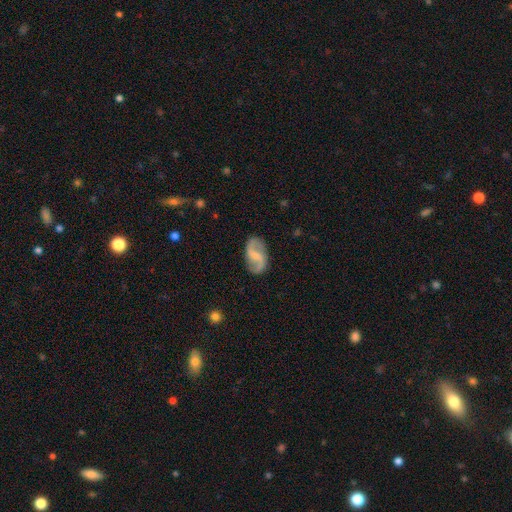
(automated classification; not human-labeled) Smooth or featured? Predicted: featured or disk (p=0.81). Edge-on disk? Predicted: no (p=0.98). Bar? Predicted: weak (p=0.50). Spiral arms? Predicted: yes (p=0.95). Spiral winding? Predicted: loose (p=0.56). Spiral arm count? Predicted: 2 (p=0.93). Bulge size? Predicted: none (p=0.51). Merging? Predicted: none (p=0.82).